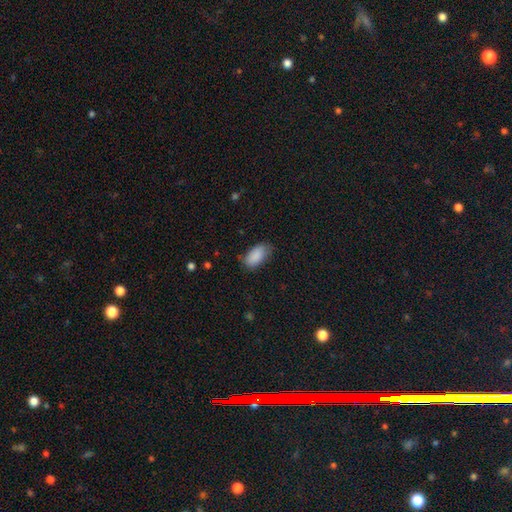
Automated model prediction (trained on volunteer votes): This is clearly a smooth galaxy (88%). How rounded: clearly in between (94%). Merging: likely none (70%).